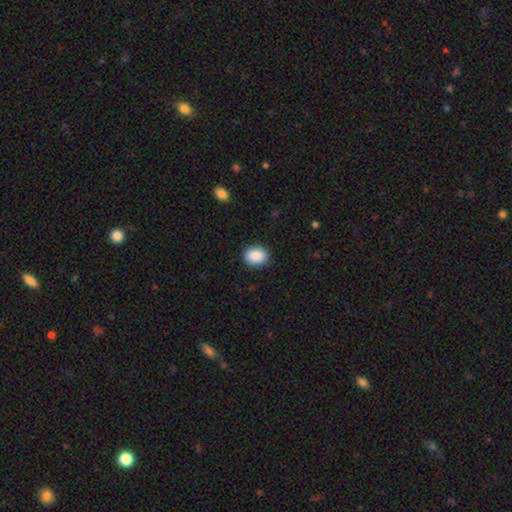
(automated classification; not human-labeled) Smooth or featured?
  - smooth: 89% *
  - star or artifact: 7%
  - featured or disk: 4%
How rounded?
  - in between: 64% *
  - round: 35%
  - cigar-shaped: 1%
Merging?
  - none: 89% *
  - minor disturbance: 8%
  - major disturbance: 2%
  - merger: 1%